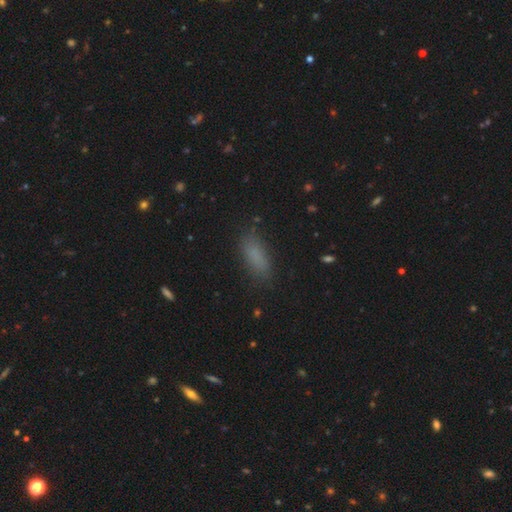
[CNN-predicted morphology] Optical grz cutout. It shows a smooth galaxy with no disk features (82%) that is in between round and cigar-shaped (70%). Merging: none (80%).